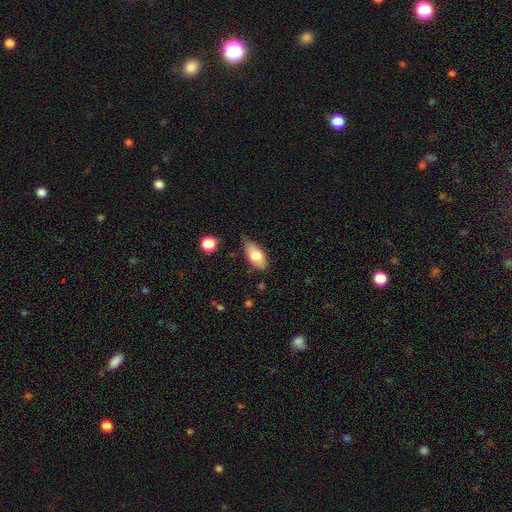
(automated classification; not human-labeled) Q: Smooth or featured?
A: smooth (74%); runner-up: featured or disk (19%)
Q: How rounded?
A: in between (87%); runner-up: cigar-shaped (10%)
Q: Merging?
A: none (68%); runner-up: minor disturbance (24%)